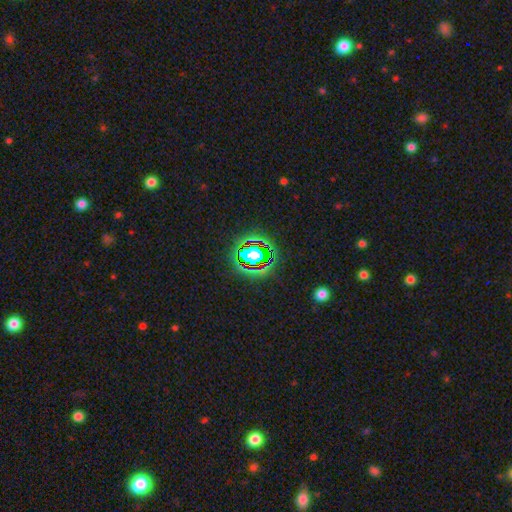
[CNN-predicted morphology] This appears to be a star or artifact, not a galaxy (61%).